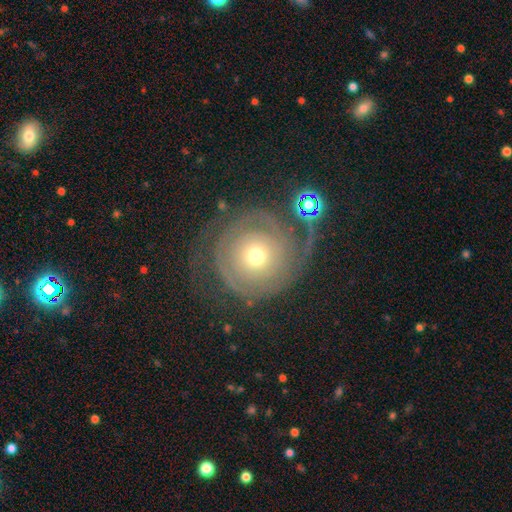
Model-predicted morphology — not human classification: type=featured or disk (71%); edge-on=no (96%); bar=no (87%); spiral arms=yes (78%); winding=tight (70%); arm count=2 (40%); bulge=moderate (48%); merging=none (60%).